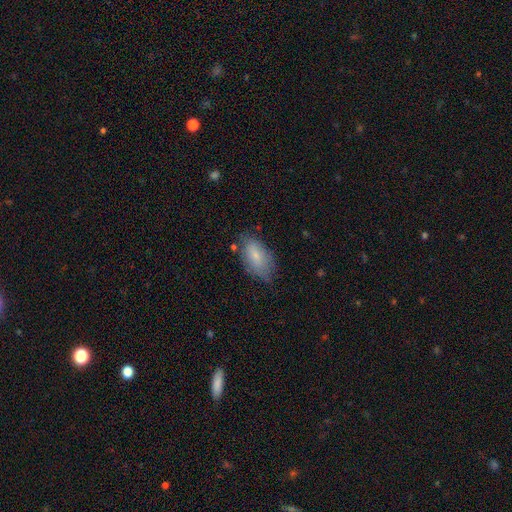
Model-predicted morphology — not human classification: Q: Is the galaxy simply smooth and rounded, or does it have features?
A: smooth — 75%.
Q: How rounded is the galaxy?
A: in between — 92%.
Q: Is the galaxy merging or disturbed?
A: none — 64%.